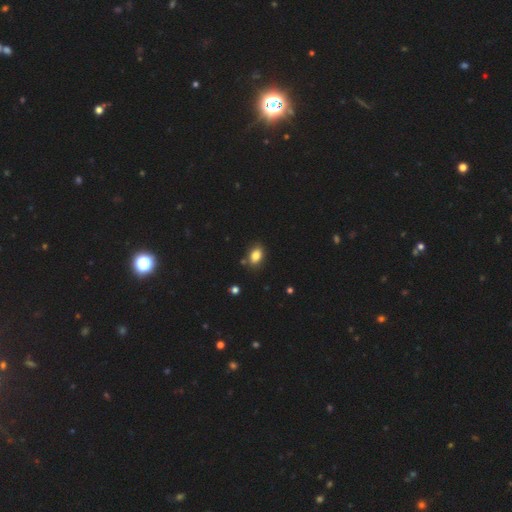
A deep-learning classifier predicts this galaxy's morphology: type=smooth (84%); roundness=in between (80%); merging=none (81%).